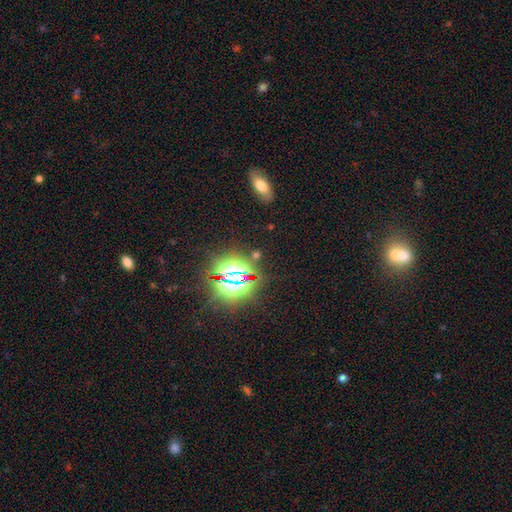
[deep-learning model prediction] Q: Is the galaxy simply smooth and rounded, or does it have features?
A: star or artifact — 73%.